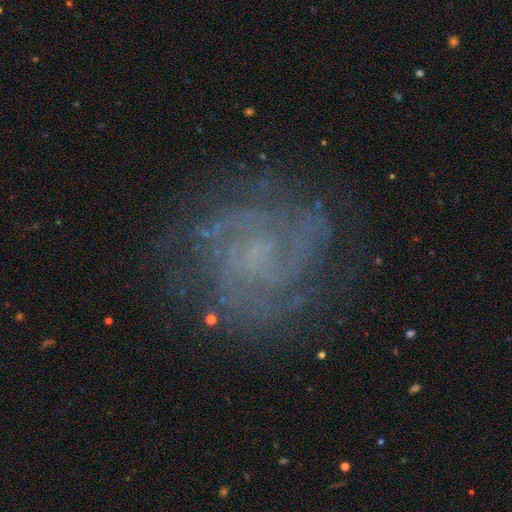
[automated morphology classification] This is clearly a featured or disk galaxy (83%). It is clearly not viewed edge-on (98%). Bar: likely no (63%). Spiral arm pattern: clearly yes (94%). Spiral arm count: marginally can't tell (27%). Spiral winding: possibly tight (51%). Central bulge: possibly small (46%). Merging: likely none (75%).